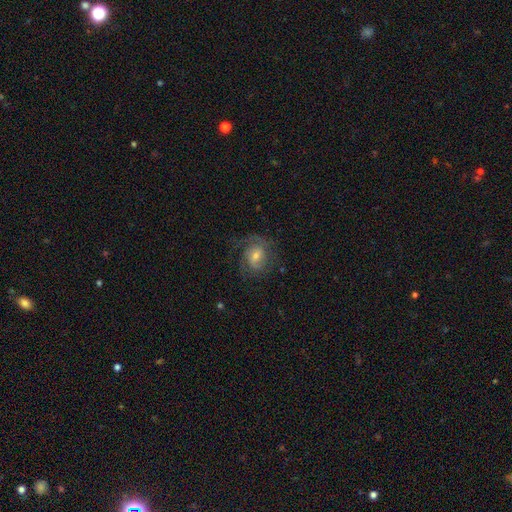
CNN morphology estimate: smooth-or-featured: featured or disk: 73% | smooth: 18% | star or artifact: 9%
  disk-edge-on: no: 97% | yes: 3%
    bar: no: 50% | weak: 42% | strong: 9%
    has-spiral-arms: yes: 92% | no: 8%
      spiral-winding: medium: 46% | tight: 38% | loose: 17%
      spiral-arm-count: 2: 48% | can't tell: 22% | 3: 14% | 1: 8% | 4: 4% | more than 4: 3%
    bulge-size: small: 46% | moderate: 45% | large: 5% | none: 3% | dominant: 1%
  merging: none: 65% | minor disturbance: 18% | major disturbance: 16% | merger: 1%